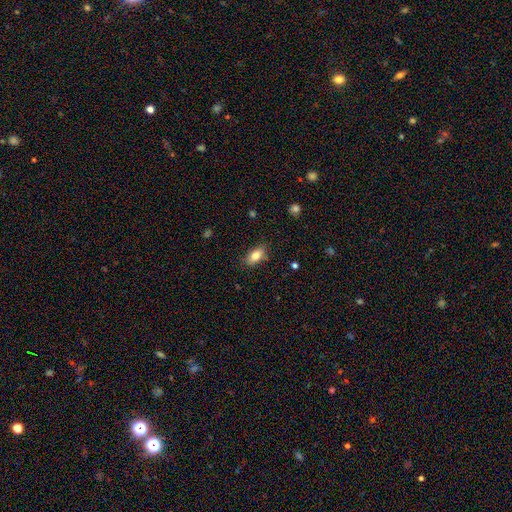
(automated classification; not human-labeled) Smooth or featured? smooth (82%)
How rounded? in between (89%)
Merging? none (83%)